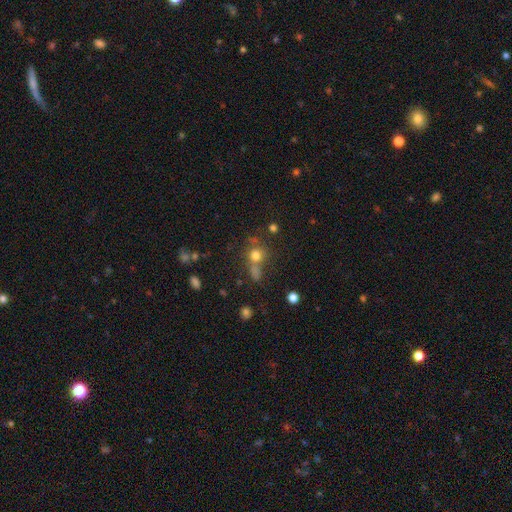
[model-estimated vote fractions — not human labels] The model was most divided on "merging": none: 54%, merger: 25%, minor disturbance: 12%, major disturbance: 8%. More confident: how rounded — round (84%); smooth or featured — smooth (70%).